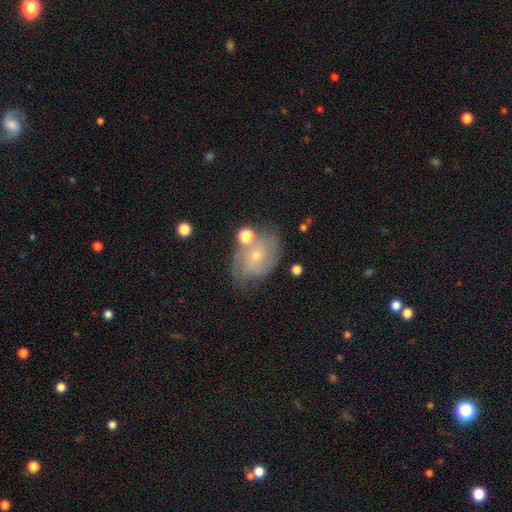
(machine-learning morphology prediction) A featured or disk galaxy (53%) with no bar (78%), spiral arms (72%) and a small central bulge (75%).

Vote fractions:
- Smooth or featured? featured or disk: 53% / smooth: 37% / star or artifact: 10%
- Edge-on disk? no: 96% / yes: 4%
- Bar? no: 78% / weak: 18% / strong: 3%
- Spiral arms? yes: 72% / no: 28%
- Bulge size? small: 75% / moderate: 20% / none: 2% / large: 1% / dominant: 1%
- Merging? none: 55% / minor disturbance: 24% / major disturbance: 11% / merger: 10%